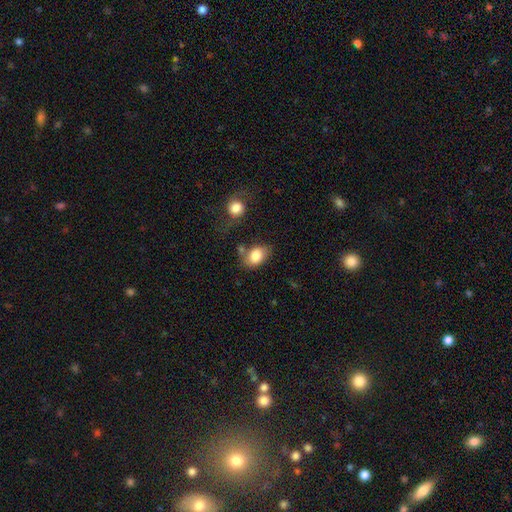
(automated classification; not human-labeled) Q: Smooth or featured?
A: smooth (83%); runner-up: featured or disk (9%)
Q: How rounded?
A: in between (77%); runner-up: round (22%)
Q: Merging?
A: none (59%); runner-up: minor disturbance (21%)